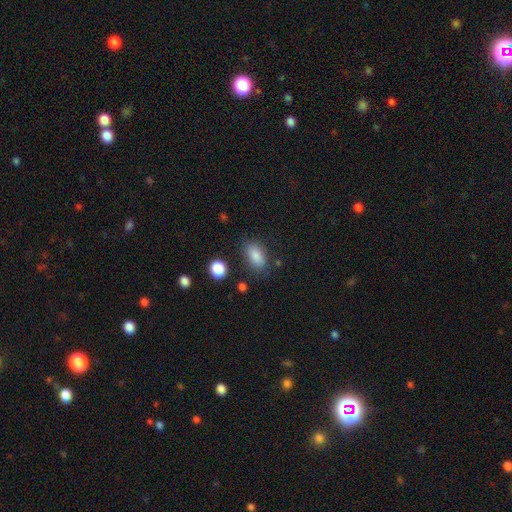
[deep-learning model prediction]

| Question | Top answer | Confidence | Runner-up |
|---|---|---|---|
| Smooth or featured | smooth | 86% | star or artifact (9%) |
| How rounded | in between | 88% | round (8%) |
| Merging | none | 79% | minor disturbance (14%) |